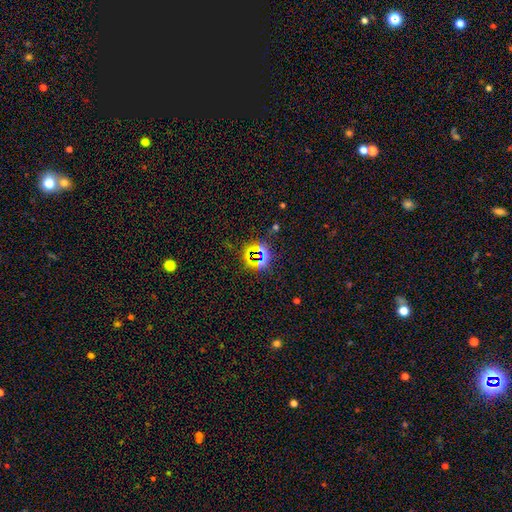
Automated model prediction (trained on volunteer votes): Q: Smooth or featured?
A: star or artifact (73%); runner-up: smooth (18%)